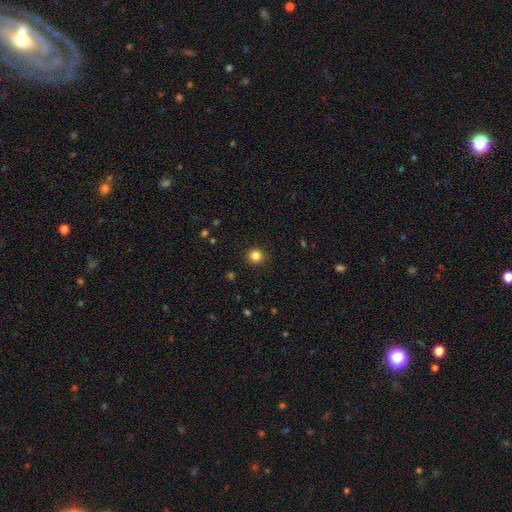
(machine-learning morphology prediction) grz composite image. It shows a smooth galaxy with no disk features (84%) that is round (92%). Merging: none (92%).